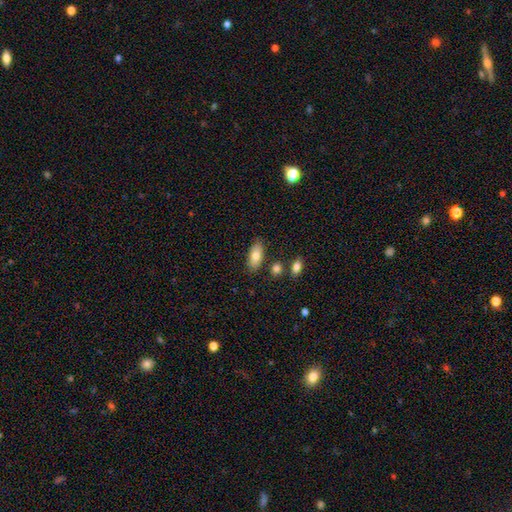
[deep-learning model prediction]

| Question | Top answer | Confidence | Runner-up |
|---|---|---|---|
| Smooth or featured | smooth | 79% | featured or disk (14%) |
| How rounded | in between | 87% | cigar-shaped (10%) |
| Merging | none | 81% | minor disturbance (12%) |